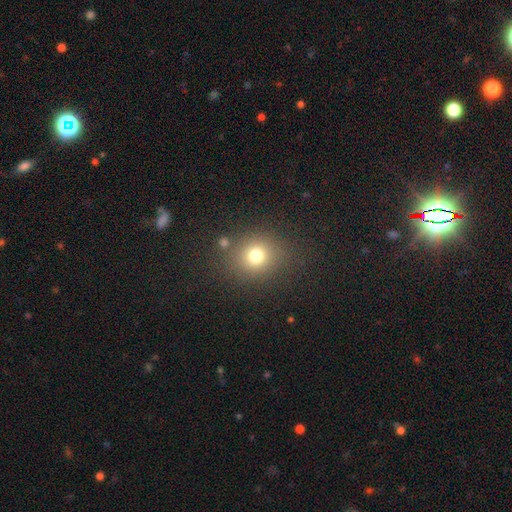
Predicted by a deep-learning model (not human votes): This appears to be a smooth galaxy with no disk features (76%) that is round (77%). Merging: none (81%).